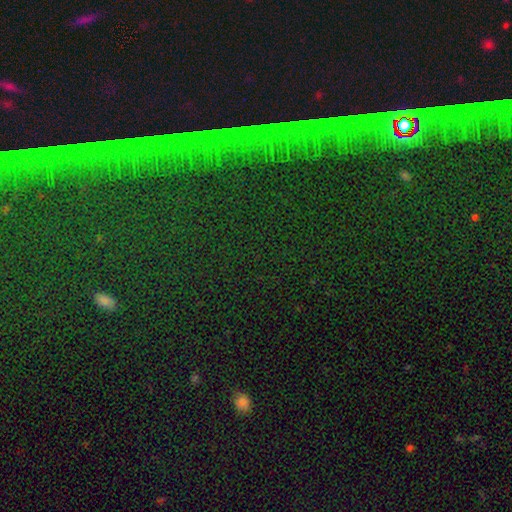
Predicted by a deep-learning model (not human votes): star or artifact 79%, smooth 11%, featured or disk 10%.